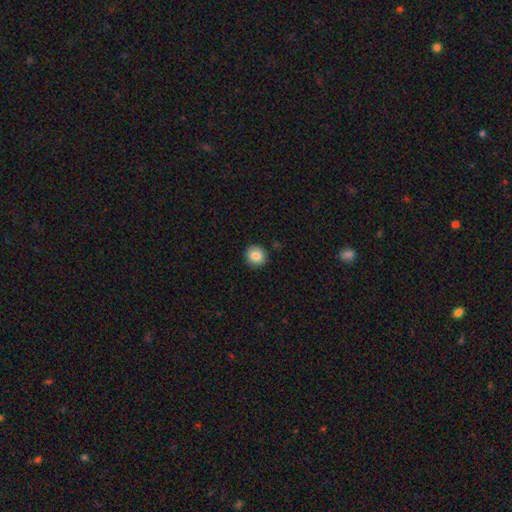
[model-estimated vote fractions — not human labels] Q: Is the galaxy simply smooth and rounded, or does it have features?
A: smooth — 85%.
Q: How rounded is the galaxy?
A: round — 91%.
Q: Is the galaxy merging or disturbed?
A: none — 91%.